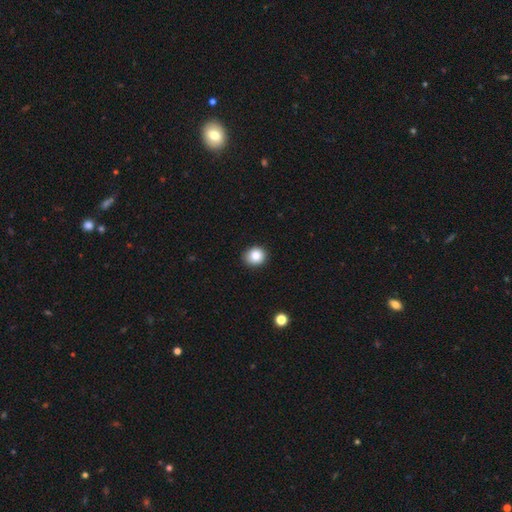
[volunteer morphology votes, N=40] This appears to be a smooth galaxy with no disk features (90%) that is round (83%). Merging: none (92%).